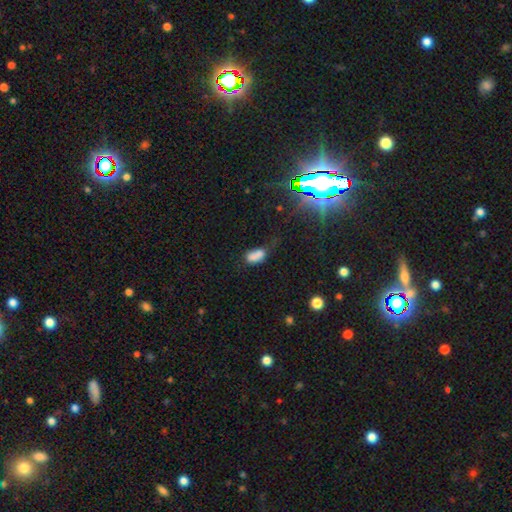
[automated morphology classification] This appears to be a smooth galaxy with no disk features (74%) that is in between round and cigar-shaped (86%). Merging: none (33%).